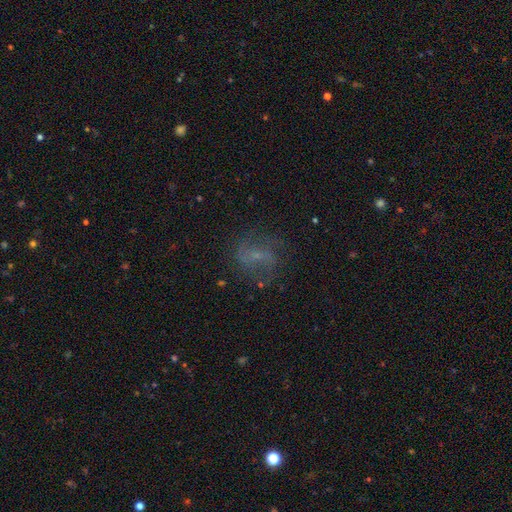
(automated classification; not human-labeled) Q: Smooth or featured?
A: featured or disk (51%); runner-up: smooth (31%)
Q: Edge-on disk?
A: no (95%); runner-up: yes (5%)
Q: Merging?
A: none (68%); runner-up: minor disturbance (17%)